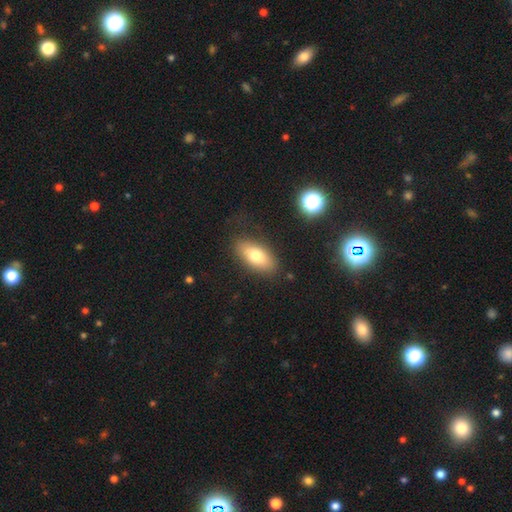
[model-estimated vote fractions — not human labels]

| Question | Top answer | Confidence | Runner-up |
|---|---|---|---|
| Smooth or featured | smooth | 75% | featured or disk (17%) |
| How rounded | in between | 87% | cigar-shaped (9%) |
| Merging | none | 82% | minor disturbance (12%) |